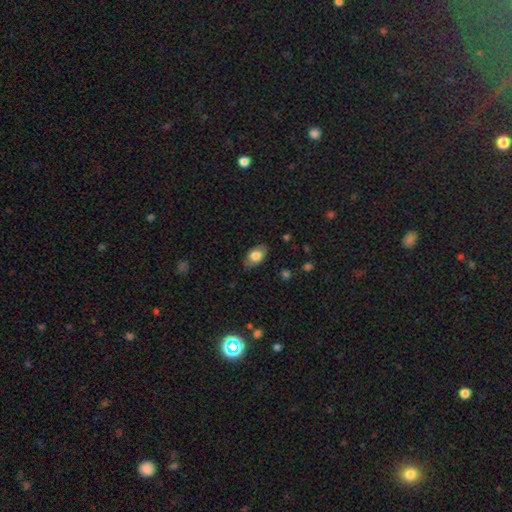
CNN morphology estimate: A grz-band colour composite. It shows a smooth galaxy with no disk features (79%) that is in between round and cigar-shaped (87%). Merging: none (79%).